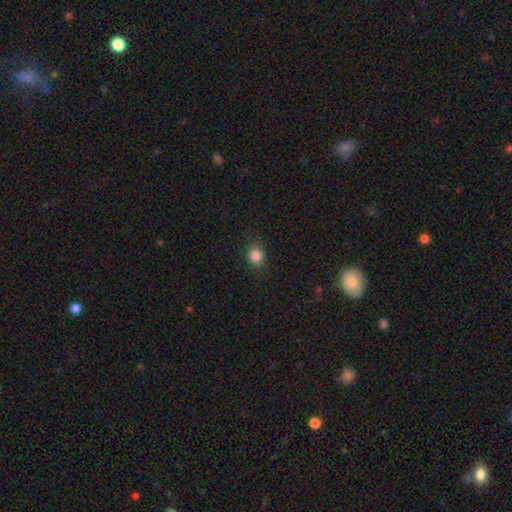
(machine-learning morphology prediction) Q: Smooth or featured?
A: smooth (84%); runner-up: star or artifact (11%)
Q: How rounded?
A: round (63%); runner-up: in between (35%)
Q: Merging?
A: none (85%); runner-up: minor disturbance (11%)